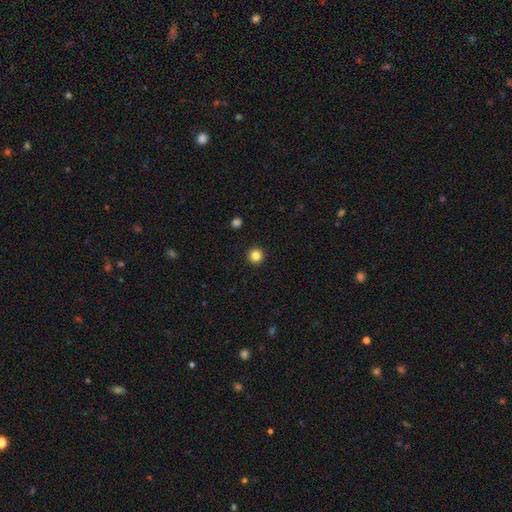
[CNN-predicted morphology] Q: Smooth or featured?
A: smooth (84%); runner-up: star or artifact (11%)
Q: How rounded?
A: round (96%); runner-up: in between (3%)
Q: Merging?
A: none (94%); runner-up: minor disturbance (4%)